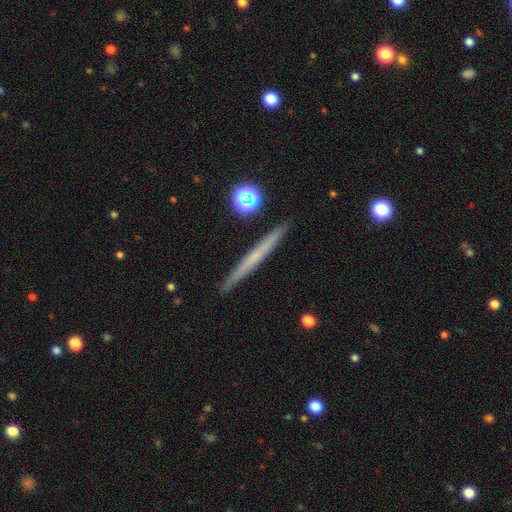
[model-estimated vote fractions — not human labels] A featured or disk galaxy (48%).

Vote fractions:
- Smooth or featured? featured or disk: 48% / smooth: 44% / star or artifact: 7%
- Merging? none: 91% / minor disturbance: 6% / merger: 1% / major disturbance: 1%